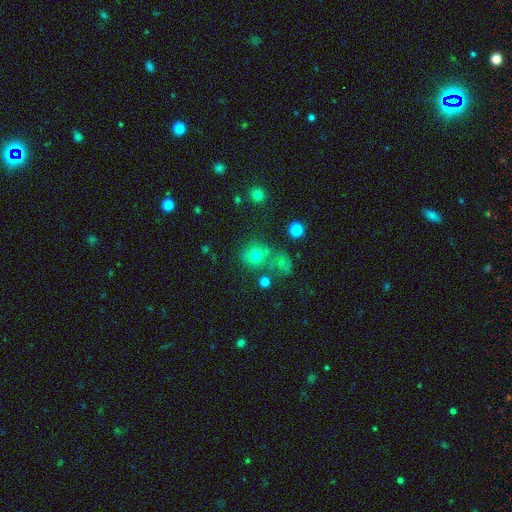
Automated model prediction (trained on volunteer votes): This appears to be a smooth galaxy with no disk features (73%) that is round (84%). Merging: none (60%).